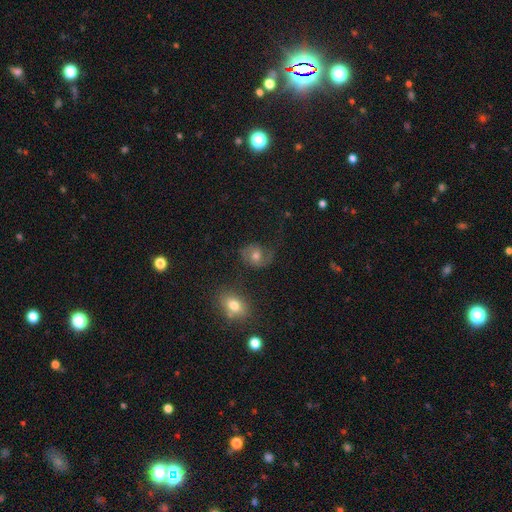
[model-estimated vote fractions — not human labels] A featured or disk galaxy (52%) with no bar (65%), spiral arms (82%) and a moderate central bulge (70%).

Vote fractions:
- Smooth or featured? featured or disk: 52% / smooth: 36% / star or artifact: 12%
- Edge-on disk? no: 97% / yes: 3%
- Bar? no: 65% / weak: 28% / strong: 6%
- Spiral arms? yes: 82% / no: 18%
- Bulge size? moderate: 70% / small: 18% / large: 9% / none: 2% / dominant: 2%
- Merging? none: 64% / minor disturbance: 20% / major disturbance: 13% / merger: 4%